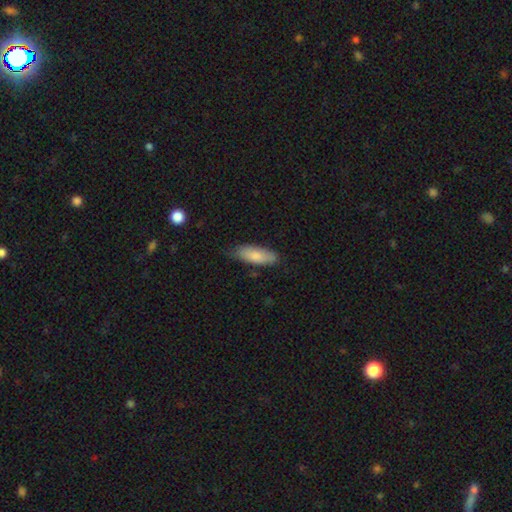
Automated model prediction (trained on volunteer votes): Smooth or featured? smooth (81%)
How rounded? in between (70%)
Merging? none (71%)